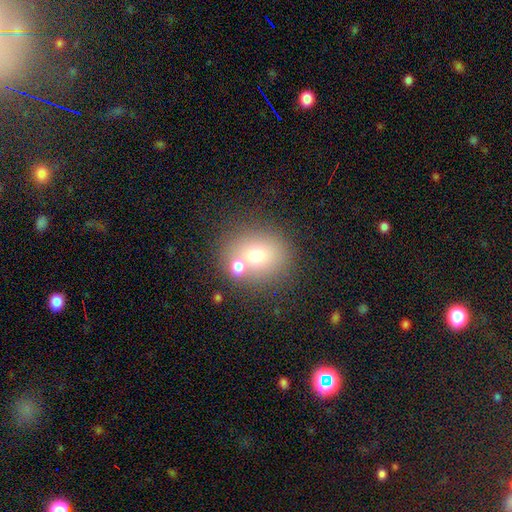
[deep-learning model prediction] A smooth galaxy with no disk features (70%) that is round (73%). Merging: none (63%).